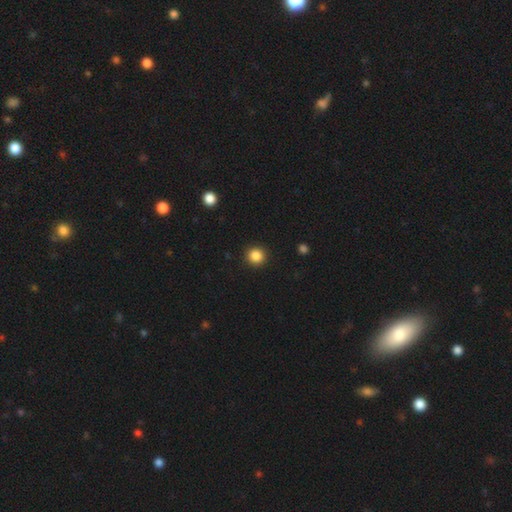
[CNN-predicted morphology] Smooth or featured?
  - smooth: 86% *
  - star or artifact: 11%
  - featured or disk: 3%
How rounded?
  - round: 94% *
  - in between: 5%
  - cigar-shaped: 1%
Merging?
  - none: 92% *
  - minor disturbance: 5%
  - major disturbance: 2%
  - merger: 1%